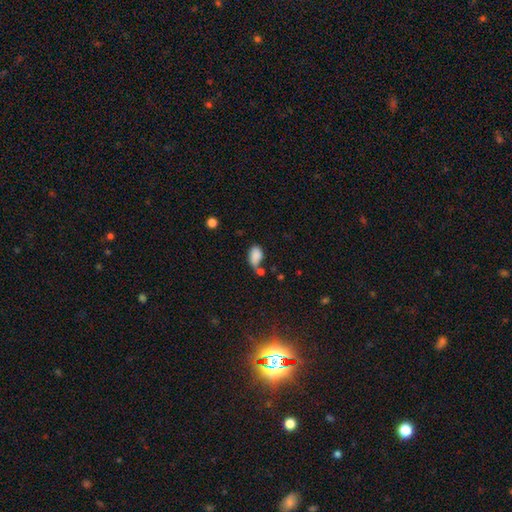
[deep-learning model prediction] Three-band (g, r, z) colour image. It shows a smooth galaxy with no disk features (83%) that is in between round and cigar-shaped (89%). Merging: none (36%).